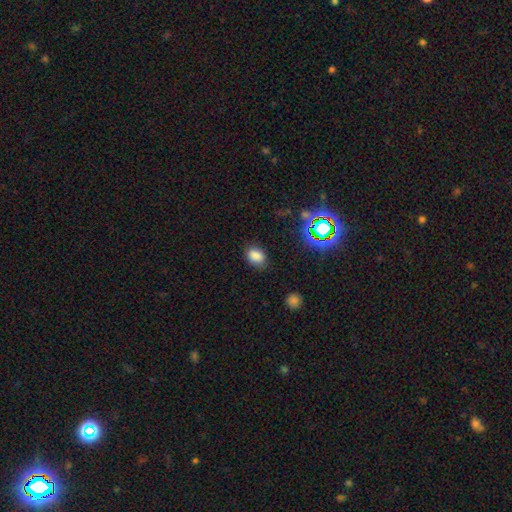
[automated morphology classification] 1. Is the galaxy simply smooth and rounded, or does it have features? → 81% smooth, 14% star or artifact, 5% featured or disk.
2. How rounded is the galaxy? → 73% in between, 26% round, 1% cigar-shaped.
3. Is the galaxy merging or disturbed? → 81% none, 14% minor disturbance, 4% major disturbance, 1% merger.